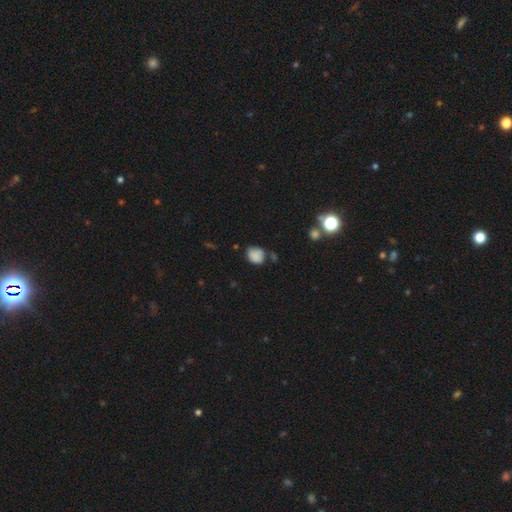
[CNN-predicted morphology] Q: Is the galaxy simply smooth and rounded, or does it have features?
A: smooth — 80%.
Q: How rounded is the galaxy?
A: round — 54%.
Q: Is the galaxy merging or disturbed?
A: none — 50%.